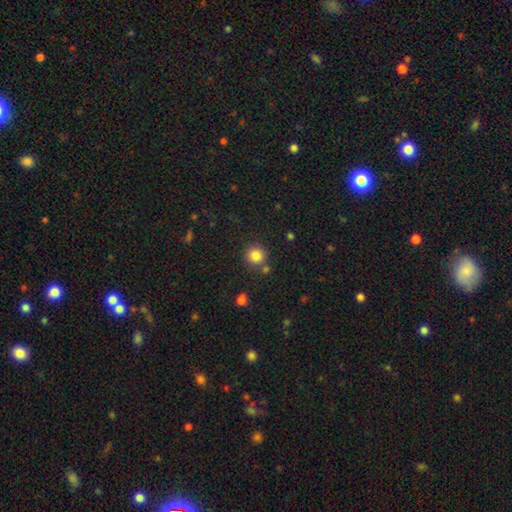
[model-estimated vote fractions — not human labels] This appears to be a smooth galaxy with no disk features (84%) that is round (93%). Merging: none (81%).